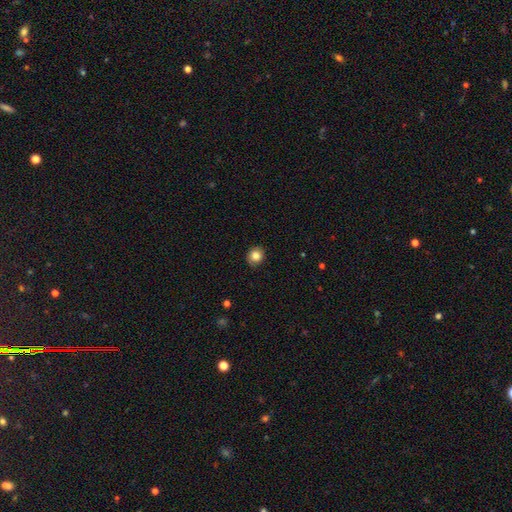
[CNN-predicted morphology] smooth_or_featured: smooth (p=0.83) [alt: star or artifact p=0.10]
how_rounded: round (p=0.75) [alt: in between p=0.24]
merging: none (p=0.89) [alt: minor disturbance p=0.08]